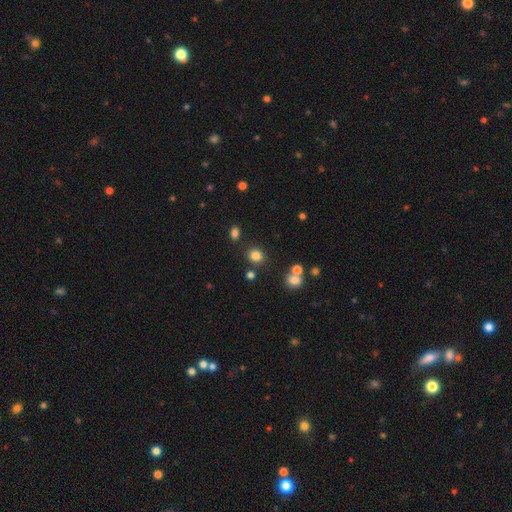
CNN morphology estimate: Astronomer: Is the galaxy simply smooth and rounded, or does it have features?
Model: smooth — 81%.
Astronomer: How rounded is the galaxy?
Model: round — 80%.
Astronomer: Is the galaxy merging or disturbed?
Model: none — 82%.